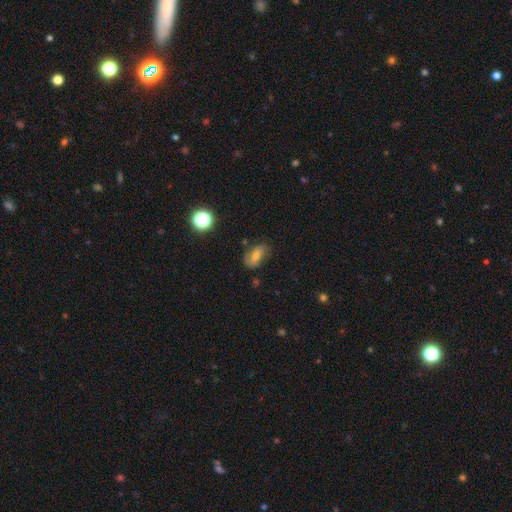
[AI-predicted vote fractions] smooth_or_featured: smooth (p=0.54) [alt: featured or disk p=0.34]
how_rounded: in between (p=0.85) [alt: round p=0.11]
merging: none (p=0.66) [alt: minor disturbance p=0.24]